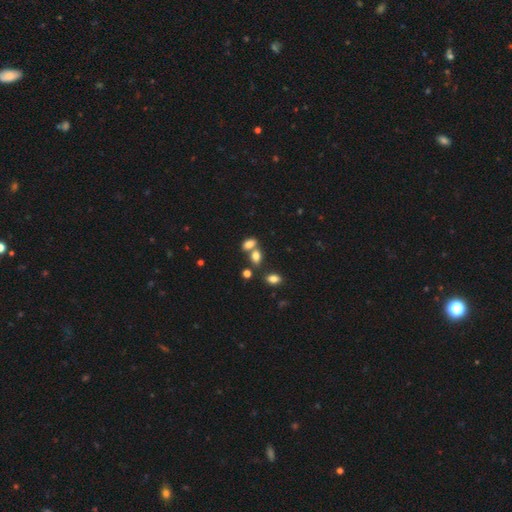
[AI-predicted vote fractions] The model was most divided on "merging": none: 45%, merger: 41%, minor disturbance: 10%, major disturbance: 4%. More confident: how rounded — in between (82%); smooth or featured — smooth (79%).